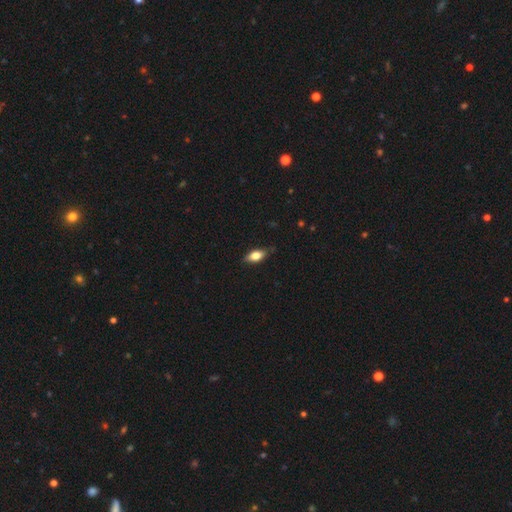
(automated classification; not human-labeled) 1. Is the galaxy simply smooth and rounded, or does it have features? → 72% smooth, 21% featured or disk, 7% star or artifact.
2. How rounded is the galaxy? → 82% in between, 14% cigar-shaped, 4% round.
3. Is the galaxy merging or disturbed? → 79% none, 17% minor disturbance, 3% major disturbance, 1% merger.